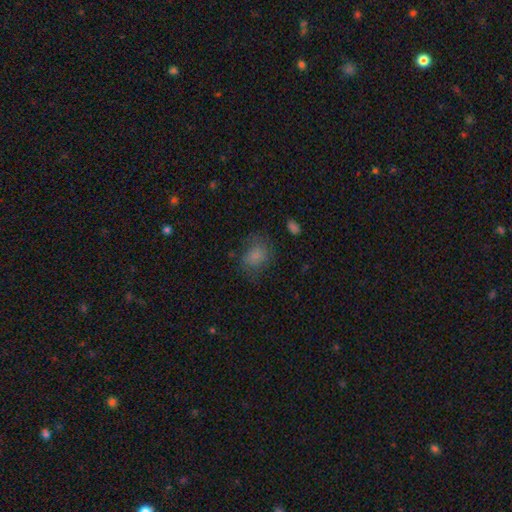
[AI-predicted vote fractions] A smooth galaxy with no disk features (75%) that is in between round and cigar-shaped (56%).

Vote fractions:
- Smooth or featured? smooth: 75% / featured or disk: 13% / star or artifact: 12%
- How rounded? in between: 56% / round: 43% / cigar-shaped: 1%
- Merging? none: 60% / minor disturbance: 23% / major disturbance: 15% / merger: 2%